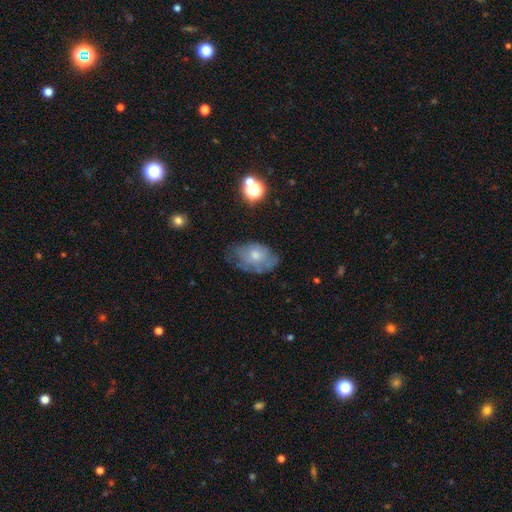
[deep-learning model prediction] Smooth or featured? smooth (57%)
How rounded? in between (83%)
Merging? none (50%)